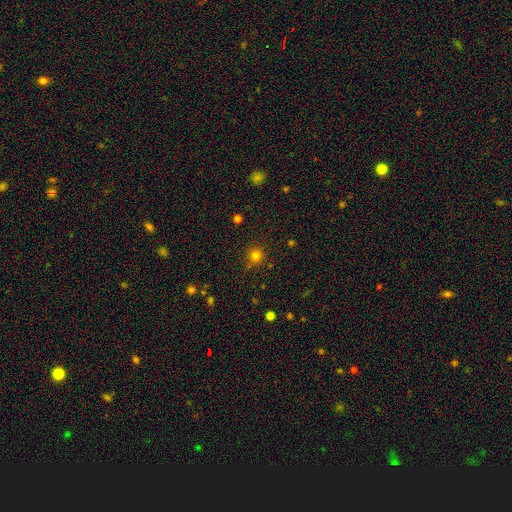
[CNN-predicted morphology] smooth-or-featured: smooth: 78% | star or artifact: 17% | featured or disk: 5%
  how-rounded: round: 93% | in between: 6% | cigar-shaped: 1%
  merging: none: 85% | minor disturbance: 10% | major disturbance: 3% | merger: 2%